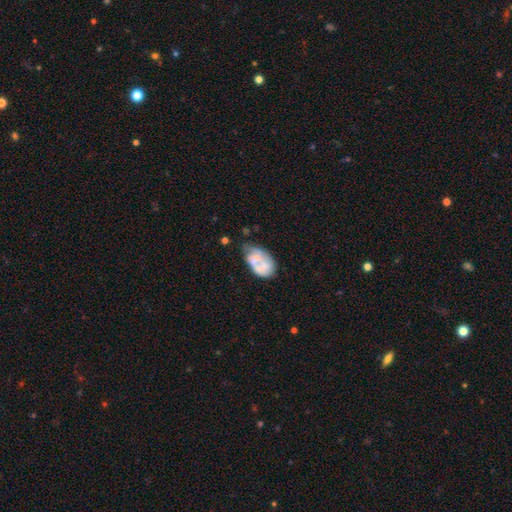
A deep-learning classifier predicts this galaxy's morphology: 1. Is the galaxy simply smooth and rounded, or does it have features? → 47% smooth, 45% featured or disk, 7% star or artifact.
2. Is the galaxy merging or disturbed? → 32% minor disturbance, 31% none, 19% major disturbance, 18% merger.